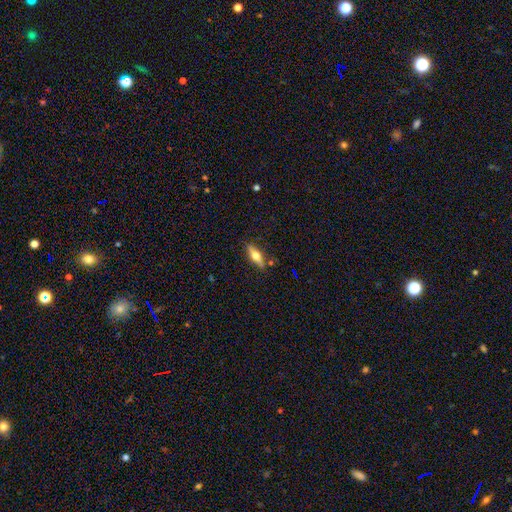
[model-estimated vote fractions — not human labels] A smooth galaxy with no disk features (47%). Merging: none (84%).